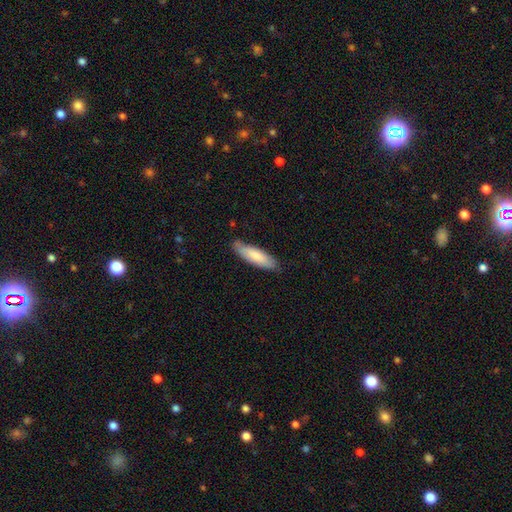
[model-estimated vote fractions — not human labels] Q: Smooth or featured?
A: smooth (77%); runner-up: featured or disk (18%)
Q: How rounded?
A: cigar-shaped (57%); runner-up: in between (42%)
Q: Merging?
A: none (77%); runner-up: minor disturbance (18%)